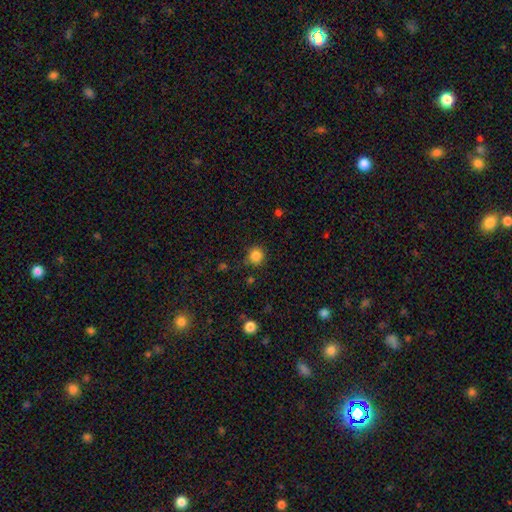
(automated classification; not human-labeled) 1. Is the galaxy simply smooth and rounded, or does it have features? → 85% smooth, 11% star or artifact, 4% featured or disk.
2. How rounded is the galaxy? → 90% round, 9% in between, 1% cigar-shaped.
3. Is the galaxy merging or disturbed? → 84% none, 10% minor disturbance, 3% major disturbance, 2% merger.